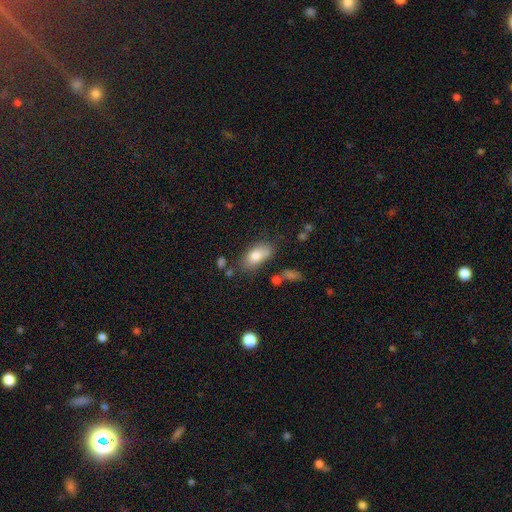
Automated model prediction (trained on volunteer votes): A smooth galaxy with no disk features (79%) that is in between round and cigar-shaped (90%). Merging: none (68%).